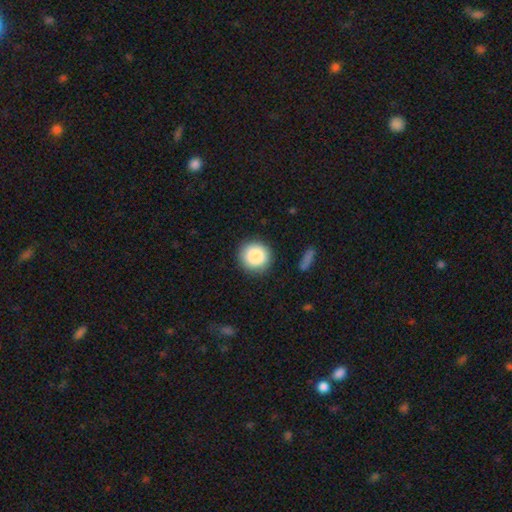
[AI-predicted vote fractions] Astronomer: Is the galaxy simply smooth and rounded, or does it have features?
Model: smooth — 86%.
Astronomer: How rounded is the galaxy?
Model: round — 94%.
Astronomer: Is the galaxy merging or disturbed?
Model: none — 88%.